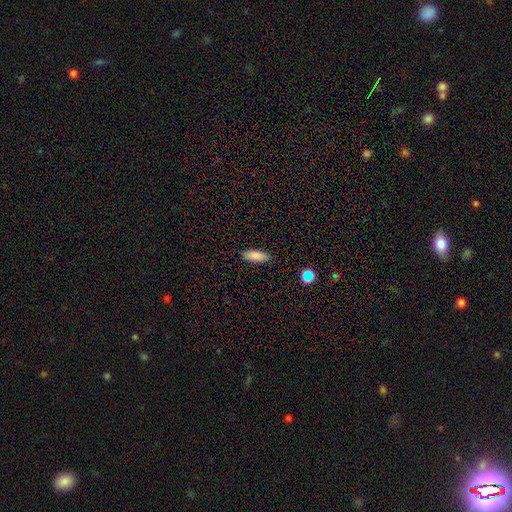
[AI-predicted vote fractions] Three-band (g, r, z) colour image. It shows a smooth galaxy with no disk features (84%) that is in between round and cigar-shaped (67%). Merging: none (87%).